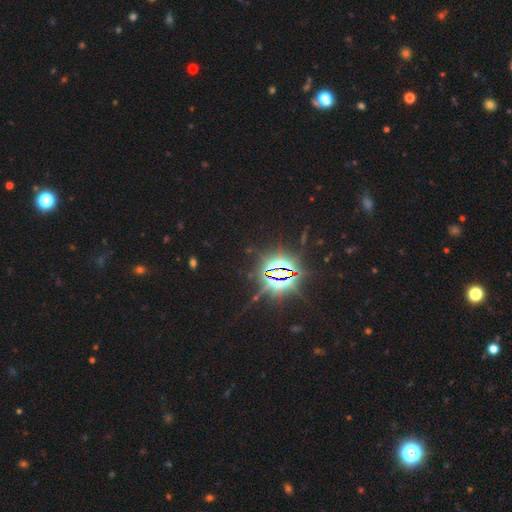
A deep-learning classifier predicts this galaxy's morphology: Smooth or featured? Predicted: star or artifact (p=0.85).